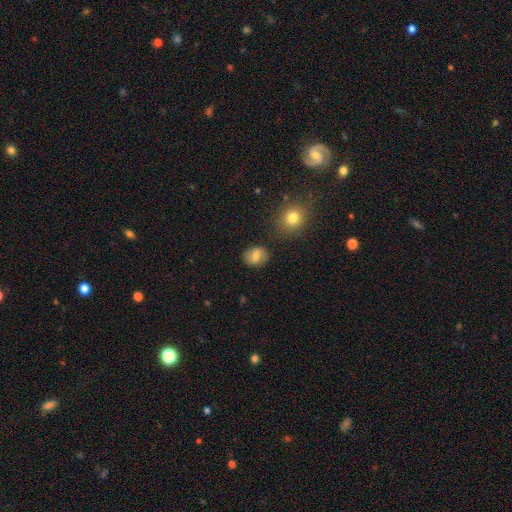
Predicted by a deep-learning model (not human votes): This is likely a smooth galaxy (73%). How rounded: possibly round (58%). Merging: clearly none (83%).